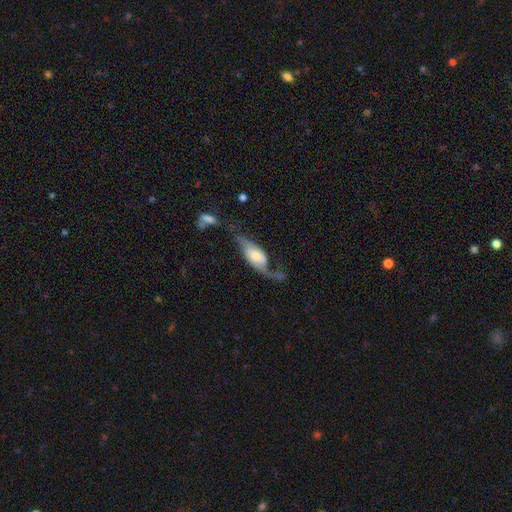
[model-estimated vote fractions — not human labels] Smooth or featured?
  - featured or disk: 71% *
  - smooth: 23%
  - star or artifact: 6%
Edge-on disk?
  - no: 84% *
  - yes: 16%
Bar?
  - no: 55% *
  - weak: 32%
  - strong: 13%
Spiral arms?
  - yes: 86% *
  - no: 14%
Spiral winding?
  - loose: 73% *
  - medium: 20%
  - tight: 7%
Spiral arm count?
  - 2: 75% *
  - 1: 16%
  - can't tell: 6%
  - 3: 1%
  - 4: 1%
  - more than 4: 1%
Bulge size?
  - moderate: 47% *
  - small: 32%
  - large: 14%
  - none: 4%
  - dominant: 3%
Merging?
  - none: 37% *
  - major disturbance: 31%
  - minor disturbance: 21%
  - merger: 10%